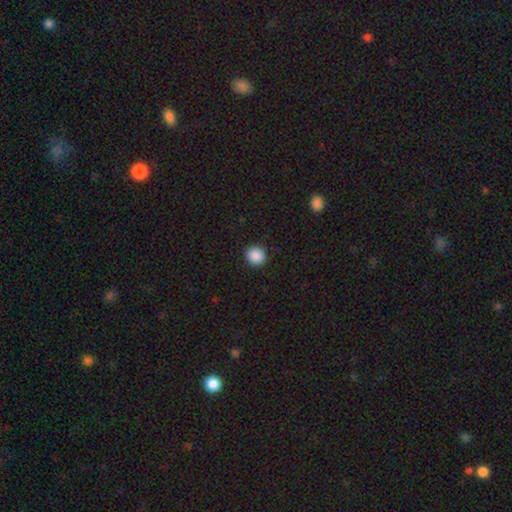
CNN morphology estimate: Q: Smooth or featured?
A: smooth (89%); runner-up: star or artifact (9%)
Q: How rounded?
A: round (89%); runner-up: in between (10%)
Q: Merging?
A: none (91%); runner-up: minor disturbance (6%)